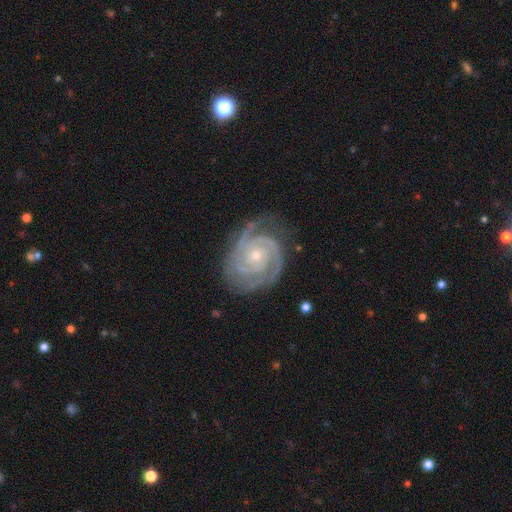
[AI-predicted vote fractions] The model was most divided on "spiral arm count": 2: 50%, 3: 29%, can't tell: 8%, 4: 6%, 1: 4%, more than 4: 4%. More confident: spiral arms — yes (99%); edge-on disk — no (98%); smooth or featured — featured or disk (93%); spiral winding — tight (77%); merging — none (75%); bar — no (73%); bulge size — small (63%).